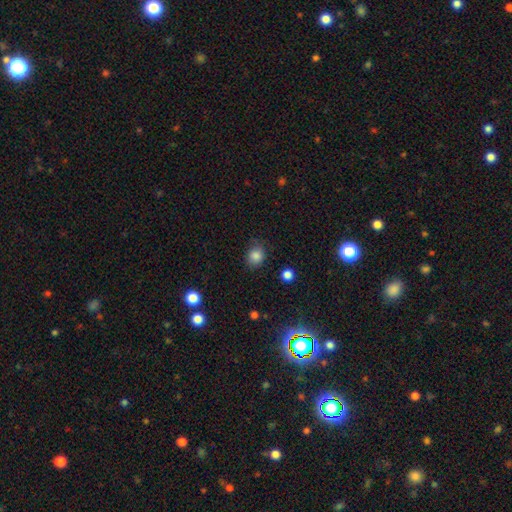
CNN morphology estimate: Smooth or featured?
  - smooth: 84% *
  - star or artifact: 11%
  - featured or disk: 5%
How rounded?
  - round: 64% *
  - in between: 35%
  - cigar-shaped: 1%
Merging?
  - none: 73% *
  - minor disturbance: 20%
  - major disturbance: 5%
  - merger: 2%